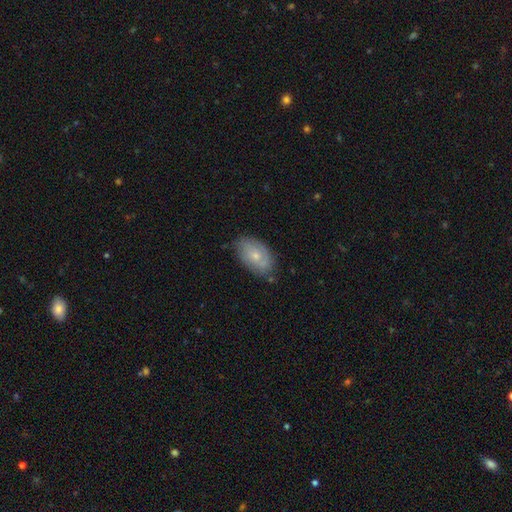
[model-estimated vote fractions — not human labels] smooth-or-featured: featured or disk: 50% | smooth: 44% | star or artifact: 7%
  merging: none: 73% | minor disturbance: 21% | major disturbance: 5% | merger: 2%